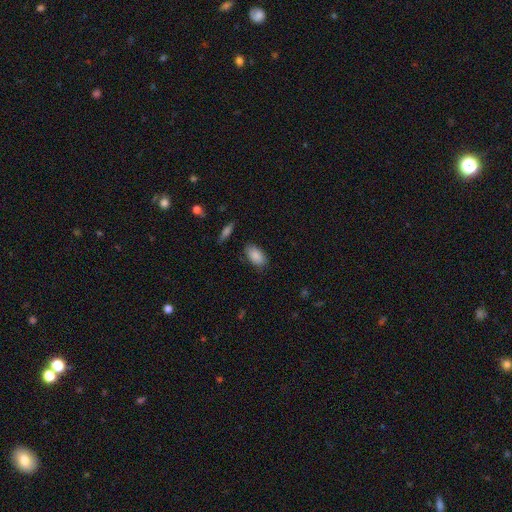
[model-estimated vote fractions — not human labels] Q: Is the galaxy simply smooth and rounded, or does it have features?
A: smooth — 87%.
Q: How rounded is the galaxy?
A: in between — 93%.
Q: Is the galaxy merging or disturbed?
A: none — 82%.